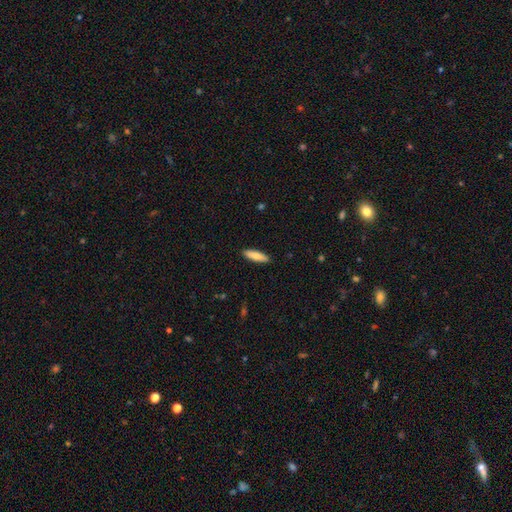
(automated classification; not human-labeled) smooth 80%, featured or disk 14%, star or artifact 5%. Down the decision tree: how rounded — cigar-shaped (62%); merging — none (90%).